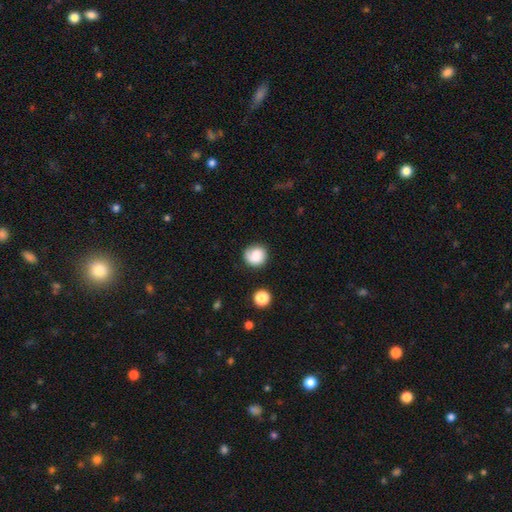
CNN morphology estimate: A smooth galaxy with no disk features (79%) that is round (89%). Merging: none (76%).